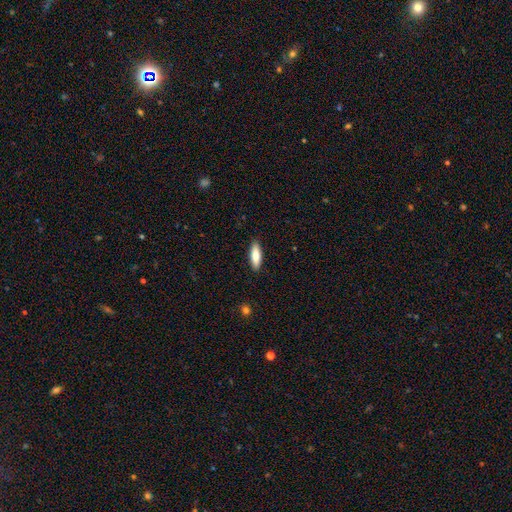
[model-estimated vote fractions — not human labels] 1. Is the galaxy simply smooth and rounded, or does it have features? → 81% smooth, 13% featured or disk, 6% star or artifact.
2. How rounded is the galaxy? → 52% in between, 46% cigar-shaped, 2% round.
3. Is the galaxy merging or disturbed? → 90% none, 7% minor disturbance, 2% major disturbance, 1% merger.